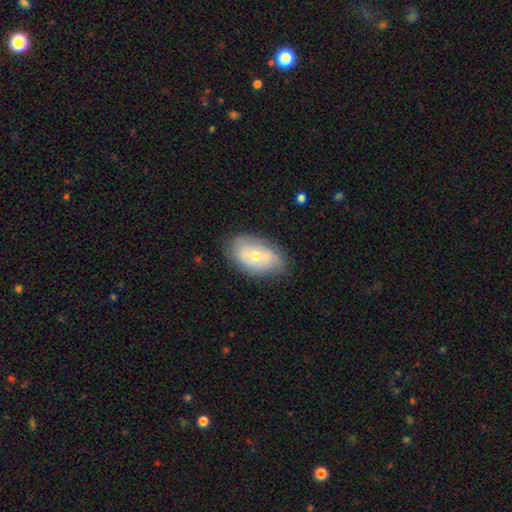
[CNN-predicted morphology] smooth 55%, featured or disk 38%, star or artifact 7%. Down the decision tree: how rounded — in between (90%); merging — none (74%).